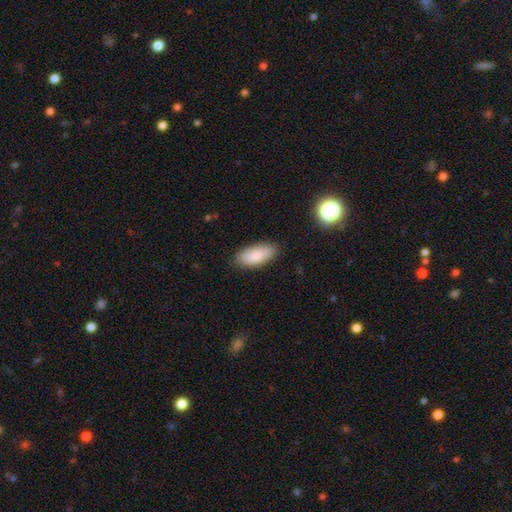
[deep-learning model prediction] Smooth or featured: smooth — 87% (featured or disk — 7%)
How rounded: in between — 87% (cigar-shaped — 12%)
Merging: none — 86% (minor disturbance — 11%)